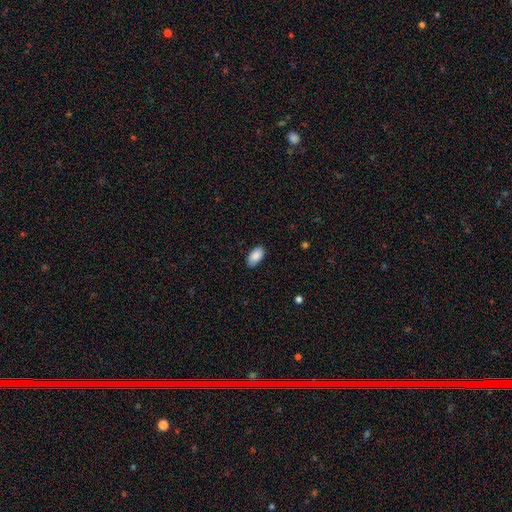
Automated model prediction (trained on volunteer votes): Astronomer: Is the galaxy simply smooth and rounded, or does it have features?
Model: smooth — 89%.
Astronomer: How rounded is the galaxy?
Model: in between — 95%.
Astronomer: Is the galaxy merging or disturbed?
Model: none — 85%.